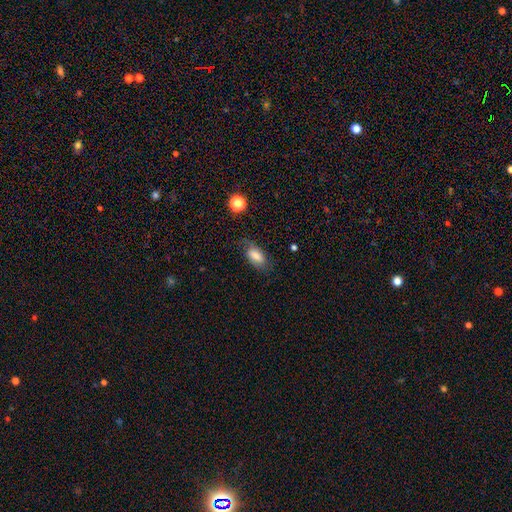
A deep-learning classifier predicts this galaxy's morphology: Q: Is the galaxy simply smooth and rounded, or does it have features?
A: smooth — 66%.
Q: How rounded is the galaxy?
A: in between — 88%.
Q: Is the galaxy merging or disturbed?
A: none — 63%.